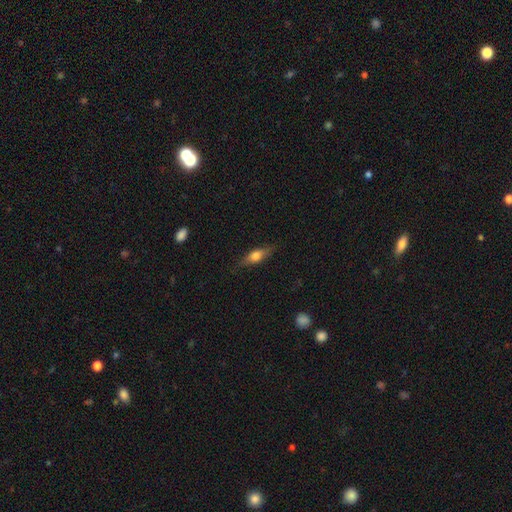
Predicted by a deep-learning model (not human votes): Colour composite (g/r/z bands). It shows a smooth galaxy with no disk features (52%) that is in between round and cigar-shaped (50%). Merging: none (82%).